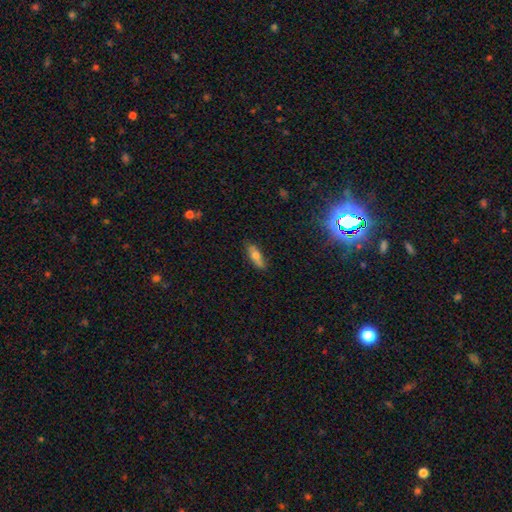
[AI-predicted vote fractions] A smooth galaxy with no disk features (65%) that is in between round and cigar-shaped (58%).

Vote fractions:
- Smooth or featured? smooth: 65% / featured or disk: 27% / star or artifact: 8%
- How rounded? in between: 58% / cigar-shaped: 39% / round: 3%
- Merging? none: 83% / minor disturbance: 14% / major disturbance: 2% / merger: 1%